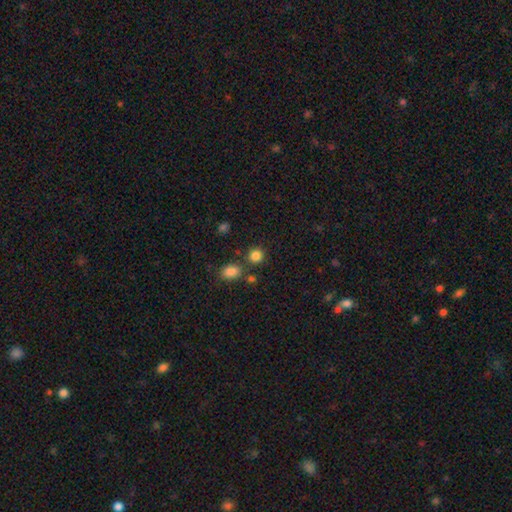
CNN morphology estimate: The model was most divided on "merging": none: 77%, merger: 11%, minor disturbance: 9%, major disturbance: 3%. More confident: how rounded — round (84%); smooth or featured — smooth (84%).